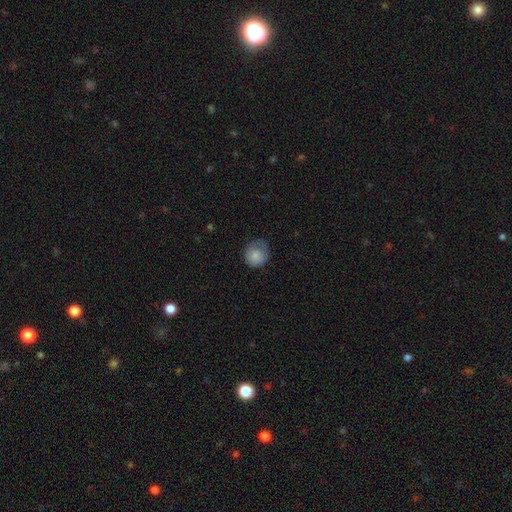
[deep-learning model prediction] The model was most divided on "merging": none: 53%, minor disturbance: 31%, major disturbance: 15%, merger: 1%. More confident: how rounded — round (83%); smooth or featured — smooth (81%).